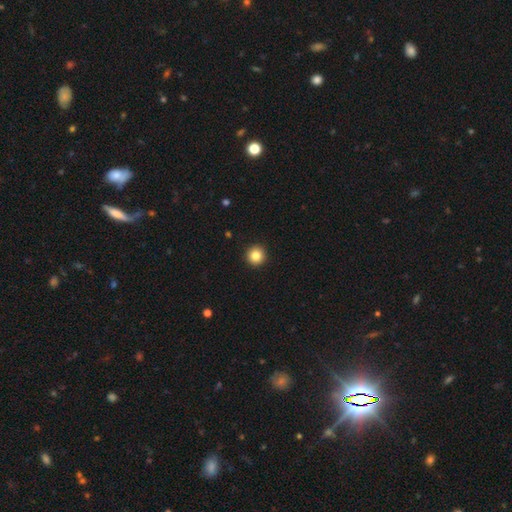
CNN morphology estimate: A smooth galaxy with no disk features (84%) that is round (96%).

Vote fractions:
- Smooth or featured? smooth: 84% / star or artifact: 10% / featured or disk: 6%
- How rounded? round: 96% / in between: 4% / cigar-shaped: 1%
- Merging? none: 93% / minor disturbance: 4% / major disturbance: 1% / merger: 1%